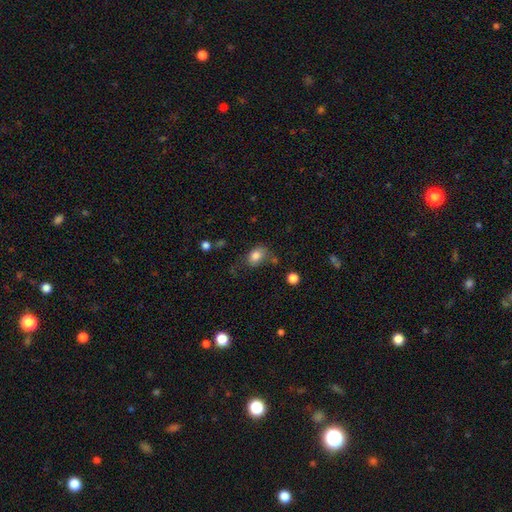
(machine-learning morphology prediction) smooth_or_featured: smooth (p=0.82) [alt: star or artifact p=0.09]
how_rounded: in between (p=0.73) [alt: round p=0.26]
merging: none (p=0.58) [alt: minor disturbance p=0.25]